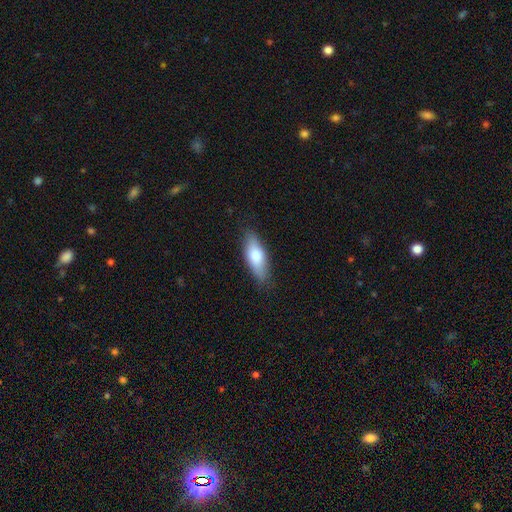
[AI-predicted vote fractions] This appears to be a smooth galaxy with no disk features (71%) that is in between round and cigar-shaped (62%). Merging: none (85%).